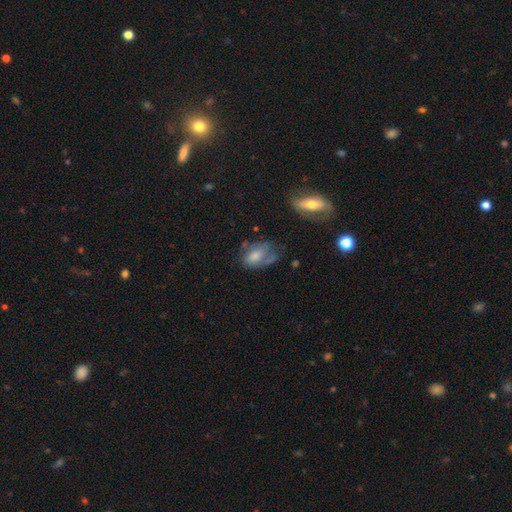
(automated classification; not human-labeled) smooth-or-featured: smooth: 61% | featured or disk: 30% | star or artifact: 8%
  how-rounded: in between: 87% | round: 11% | cigar-shaped: 2%
  merging: none: 39% | minor disturbance: 32% | major disturbance: 23% | merger: 6%